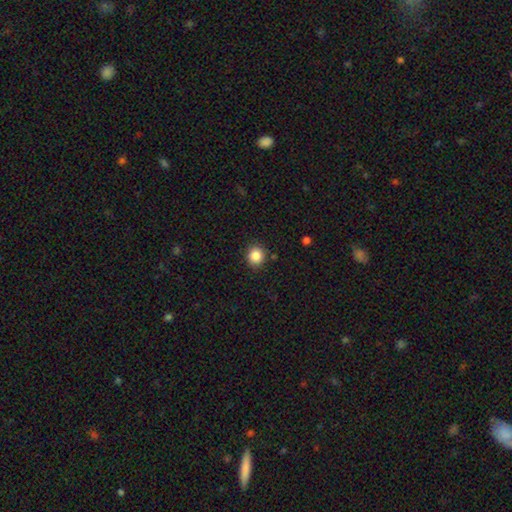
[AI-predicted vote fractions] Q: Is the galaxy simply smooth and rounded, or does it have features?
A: smooth — 86%.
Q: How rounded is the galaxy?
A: round — 84%.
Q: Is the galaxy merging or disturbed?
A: none — 88%.